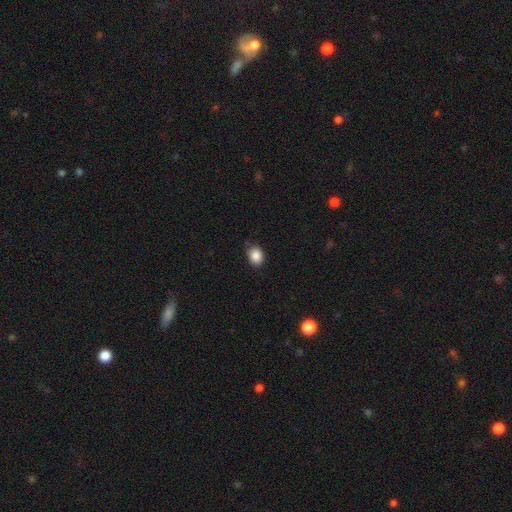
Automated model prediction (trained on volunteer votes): Smooth or featured? Predicted: smooth (p=0.88). How rounded? Predicted: in between (p=0.58). Merging? Predicted: none (p=0.82).